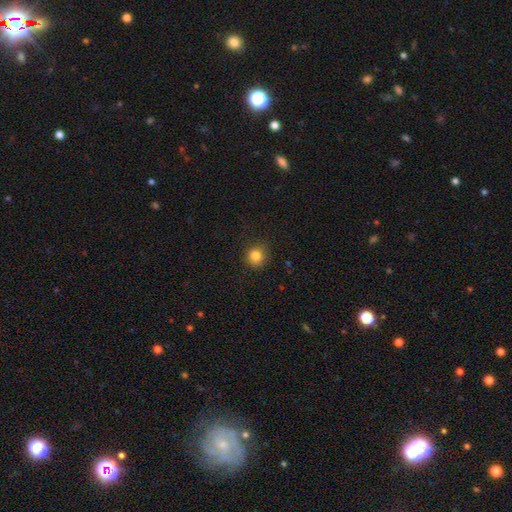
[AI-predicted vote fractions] Overall: smooth (83%). How rounded: round (87%). Merging: none (84%).